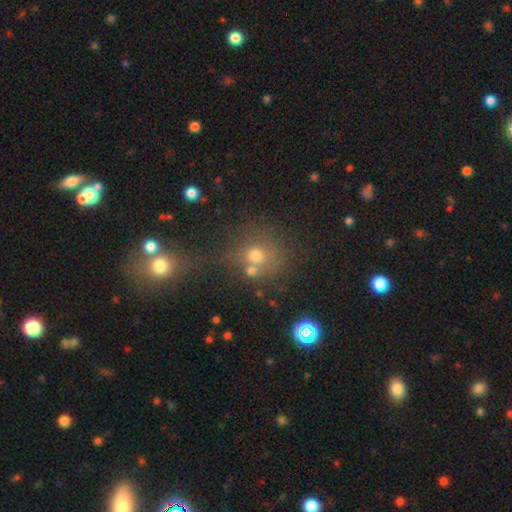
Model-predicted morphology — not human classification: A smooth galaxy with no disk features (67%) that is round (83%).

Vote fractions:
- Smooth or featured? smooth: 67% / star or artifact: 21% / featured or disk: 12%
- How rounded? round: 83% / in between: 16% / cigar-shaped: 1%
- Merging? none: 55% / merger: 26% / minor disturbance: 12% / major disturbance: 7%